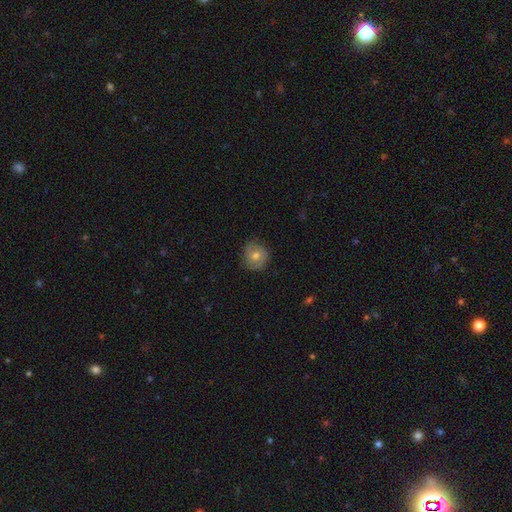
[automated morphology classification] This appears to be a smooth galaxy with no disk features (64%) that is round (86%). Merging: none (79%).